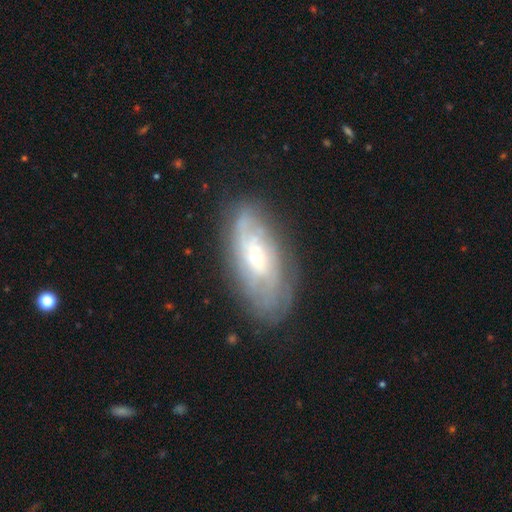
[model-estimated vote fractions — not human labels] smooth_or_featured: featured or disk (p=0.69) [alt: smooth p=0.24]
disk_edge_on: no (p=0.88) [alt: yes p=0.12]
bar: no (p=0.69) [alt: weak p=0.25]
has_spiral_arms: yes (p=0.80) [alt: no p=0.20]
bulge_size: small (p=0.66) [alt: moderate p=0.29]
merging: none (p=0.75) [alt: minor disturbance p=0.17]